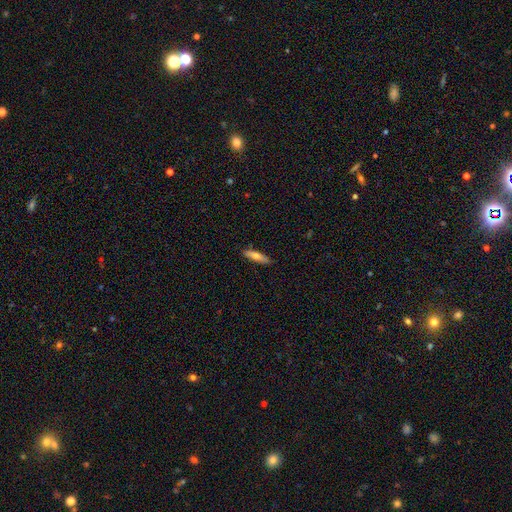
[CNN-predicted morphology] This appears to be a smooth galaxy with no disk features (65%) that is cigar-shaped (75%). Merging: none (86%).